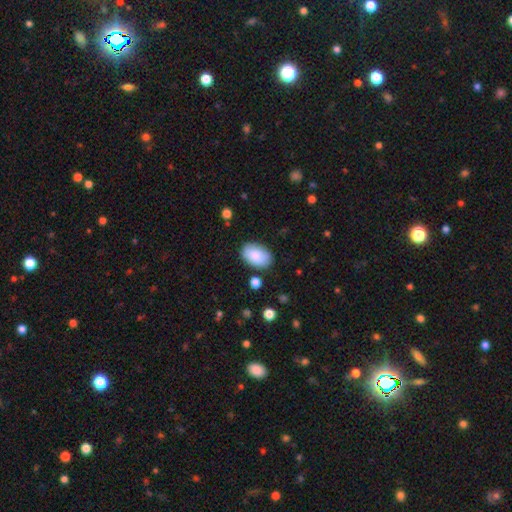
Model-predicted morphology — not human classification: Smooth or featured: smooth — 86% (featured or disk — 8%)
How rounded: in between — 92% (round — 7%)
Merging: none — 82% (minor disturbance — 12%)